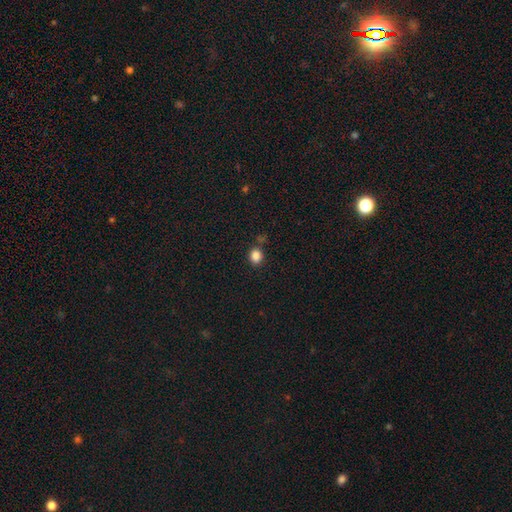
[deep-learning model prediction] The model was most divided on "how rounded": round: 60%, in between: 39%, cigar-shaped: 1%. More confident: smooth or featured — smooth (85%); merging — none (79%).